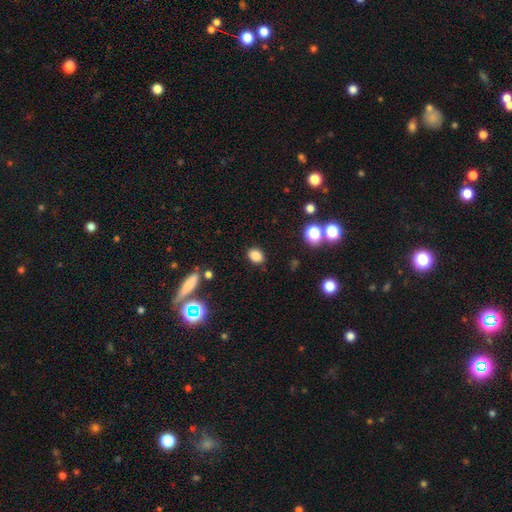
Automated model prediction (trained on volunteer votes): A smooth galaxy with no disk features (83%) that is in between round and cigar-shaped (66%).

Vote fractions:
- Smooth or featured? smooth: 83% / star or artifact: 12% / featured or disk: 6%
- How rounded? in between: 66% / round: 33% / cigar-shaped: 1%
- Merging? none: 86% / minor disturbance: 10% / major disturbance: 3% / merger: 2%